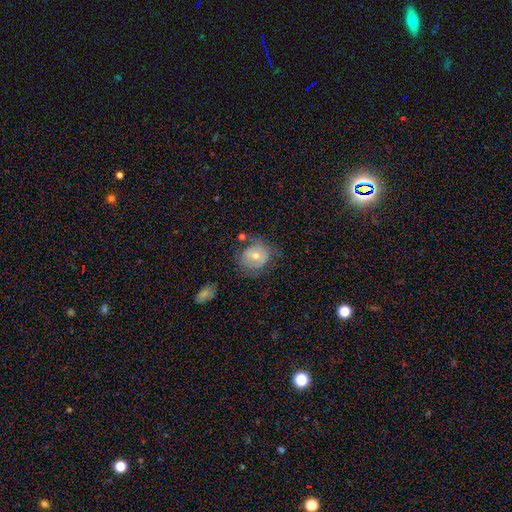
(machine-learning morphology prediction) smooth-or-featured: smooth: 55% | featured or disk: 37% | star or artifact: 8%
  how-rounded: round: 71% | in between: 28% | cigar-shaped: 1%
  merging: none: 57% | minor disturbance: 24% | major disturbance: 14% | merger: 5%